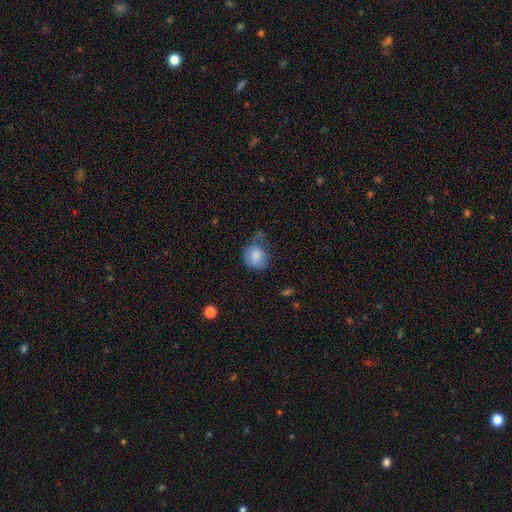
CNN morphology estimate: smooth_or_featured: smooth (p=0.81) [alt: featured or disk p=0.11]
how_rounded: round (p=0.63) [alt: in between p=0.36]
merging: none (p=0.39) [alt: minor disturbance p=0.38]